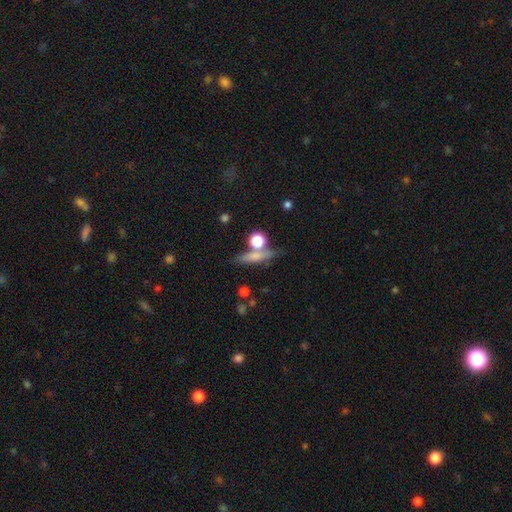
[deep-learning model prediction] Smooth or featured: smooth — 64% (featured or disk — 25%)
How rounded: cigar-shaped — 58% (in between — 23%)
Merging: none — 64% (merger — 17%)